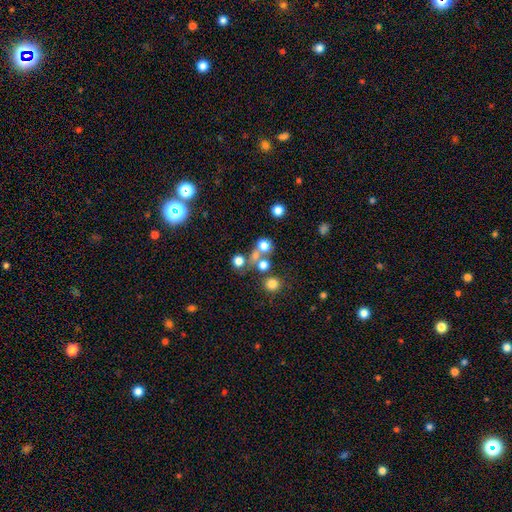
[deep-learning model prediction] Smooth or featured? smooth (65%)
How rounded? round (89%)
Merging? none (57%)